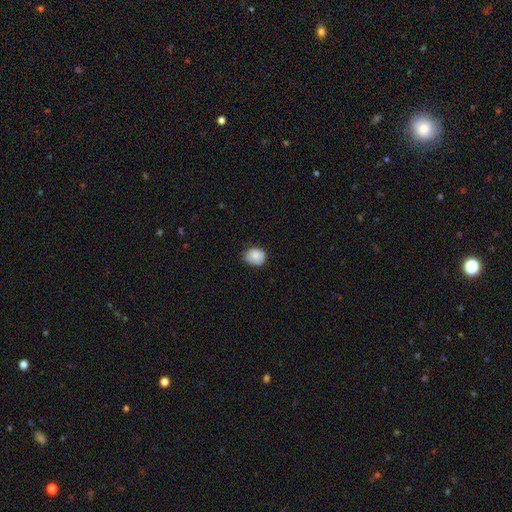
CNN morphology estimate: The model was most divided on "how rounded": round: 60%, in between: 40%, cigar-shaped: 1%. More confident: smooth or featured — smooth (84%); merging — none (71%).